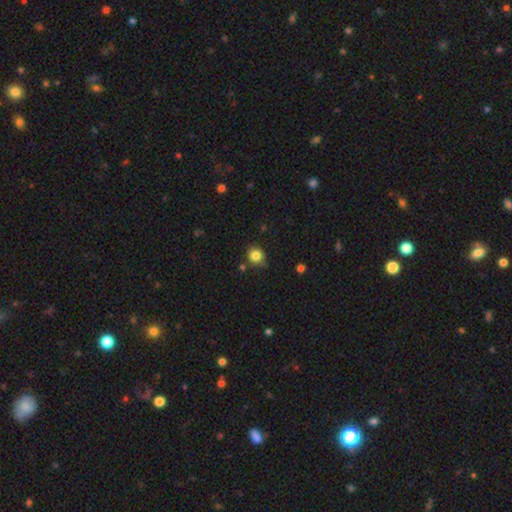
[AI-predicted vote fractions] Overall: smooth (83%). How rounded: round (80%). Merging: none (80%).